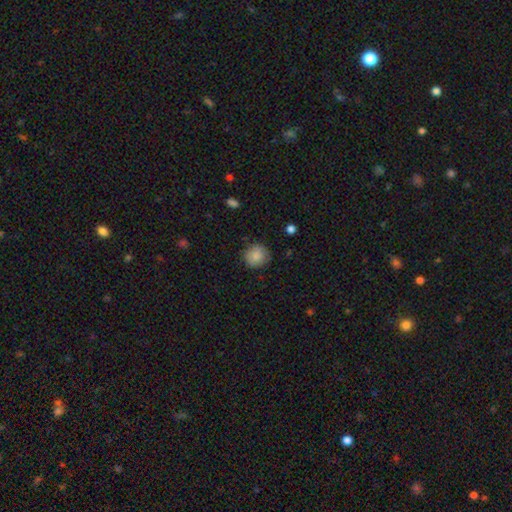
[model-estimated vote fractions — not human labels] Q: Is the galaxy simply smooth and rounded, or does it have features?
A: smooth — 86%.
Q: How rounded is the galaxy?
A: round — 88%.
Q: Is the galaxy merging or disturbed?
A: none — 85%.